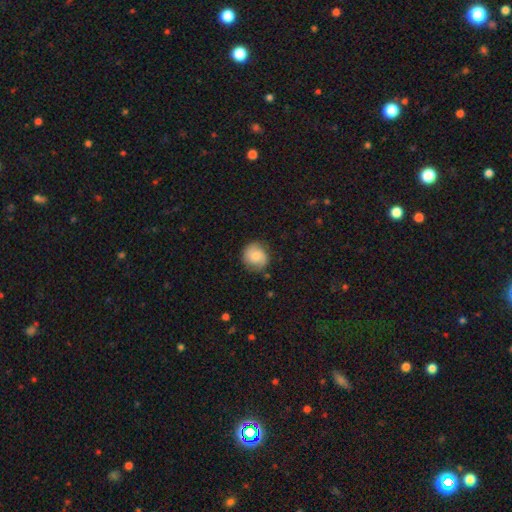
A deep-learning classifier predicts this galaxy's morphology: Smooth or featured: smooth — 61% (featured or disk — 31%)
How rounded: round — 86% (in between — 13%)
Merging: none — 78% (minor disturbance — 16%)